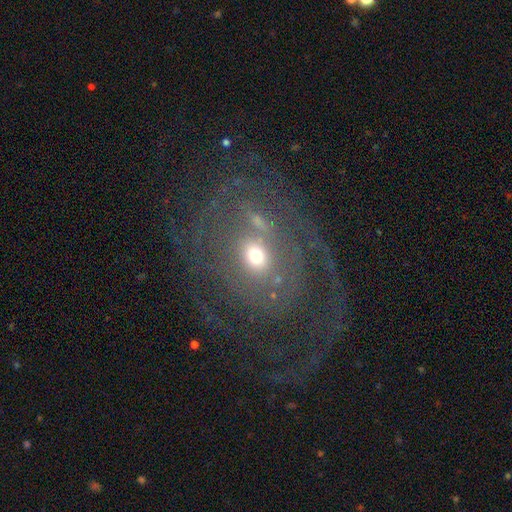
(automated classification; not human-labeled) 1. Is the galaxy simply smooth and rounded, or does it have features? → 53% featured or disk, 30% smooth, 17% star or artifact.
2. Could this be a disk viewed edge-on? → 94% no, 6% yes.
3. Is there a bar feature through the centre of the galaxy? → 76% no, 17% weak, 7% strong.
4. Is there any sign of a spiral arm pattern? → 59% yes, 41% no.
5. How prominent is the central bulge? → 54% moderate, 34% small, 8% large, 3% dominant, 2% none.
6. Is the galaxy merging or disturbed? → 61% none, 17% major disturbance, 16% minor disturbance, 6% merger.